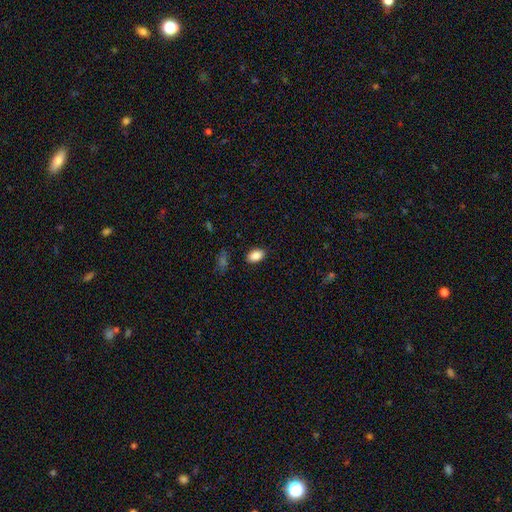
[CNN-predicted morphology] Smooth or featured?
  - smooth: 88% *
  - star or artifact: 8%
  - featured or disk: 4%
How rounded?
  - in between: 89% *
  - round: 9%
  - cigar-shaped: 1%
Merging?
  - none: 88% *
  - minor disturbance: 8%
  - major disturbance: 2%
  - merger: 1%